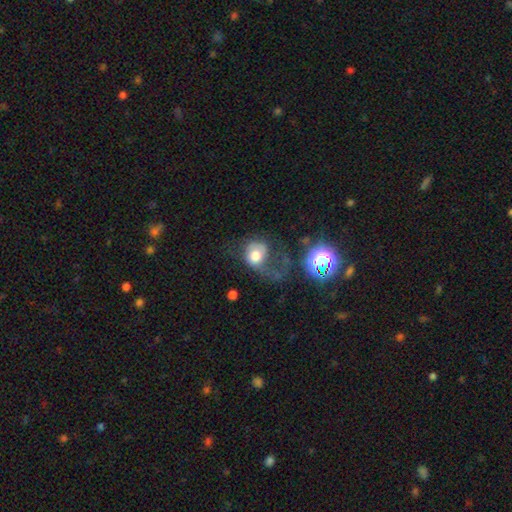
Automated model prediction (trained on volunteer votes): smooth 59%, featured or disk 29%, star or artifact 12%. Down the decision tree: how rounded — round (64%); merging — major disturbance (55%).